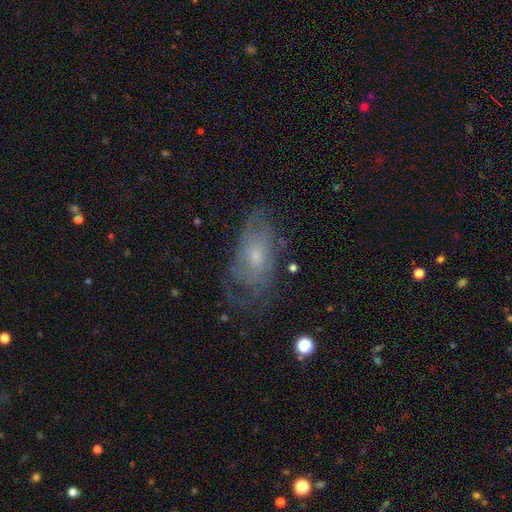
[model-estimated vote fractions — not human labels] Morphology: type=featured or disk (61%); edge-on=no (92%); bar=no (78%); spiral arms=yes (71%); bulge=small (59%); merging=none (55%).